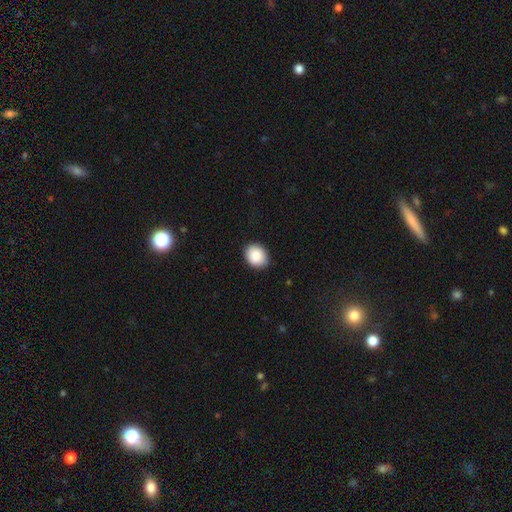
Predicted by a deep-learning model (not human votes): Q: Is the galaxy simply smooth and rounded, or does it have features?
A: smooth — 88%.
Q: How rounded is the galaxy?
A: round — 53%.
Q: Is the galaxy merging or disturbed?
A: none — 86%.